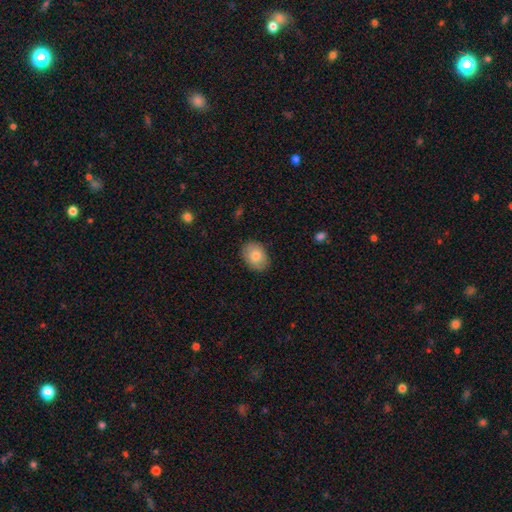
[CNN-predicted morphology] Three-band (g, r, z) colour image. It shows a smooth galaxy with no disk features (80%) that is in between round and cigar-shaped (72%). Merging: none (86%).